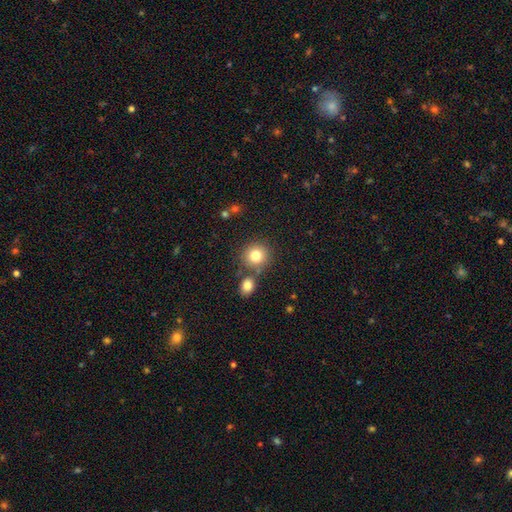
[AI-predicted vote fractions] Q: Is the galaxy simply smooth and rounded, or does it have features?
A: smooth — 80%.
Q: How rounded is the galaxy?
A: round — 89%.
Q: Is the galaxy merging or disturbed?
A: none — 72%.